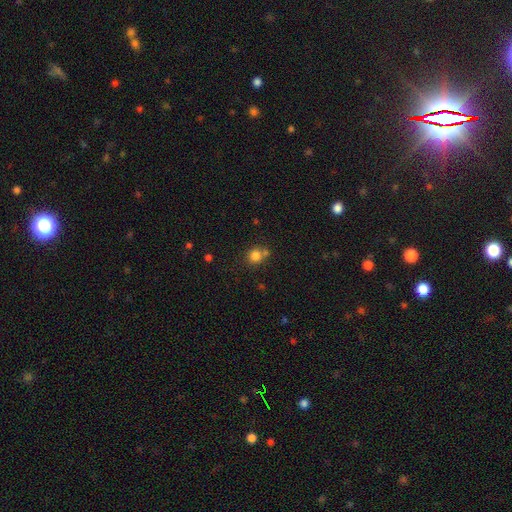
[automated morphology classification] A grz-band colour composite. It shows a smooth galaxy with no disk features (81%) that is round (86%). Merging: none (63%).